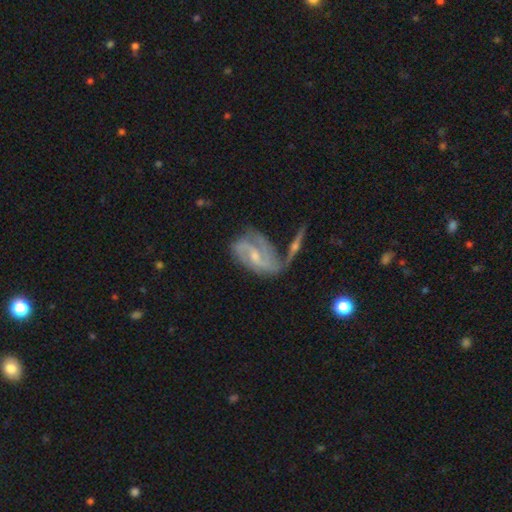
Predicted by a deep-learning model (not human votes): Morphology: type=featured or disk (82%); edge-on=no (95%); bar=weak (49%); spiral arms=yes (93%); winding=medium (47%); arm count=2 (55%); bulge=small (58%); merging=none (44%).